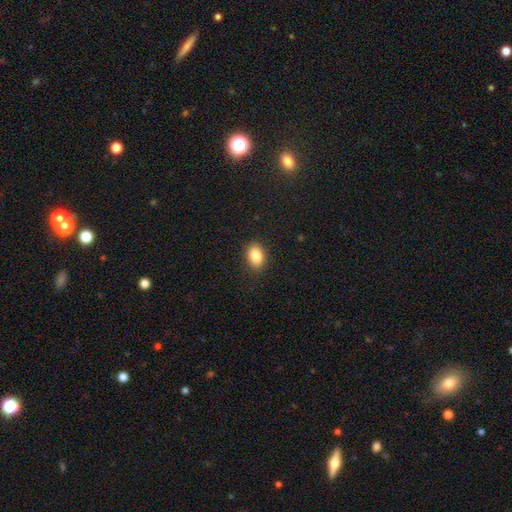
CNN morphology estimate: Q: Smooth or featured?
A: smooth (86%); runner-up: star or artifact (8%)
Q: How rounded?
A: in between (84%); runner-up: round (14%)
Q: Merging?
A: none (88%); runner-up: minor disturbance (9%)